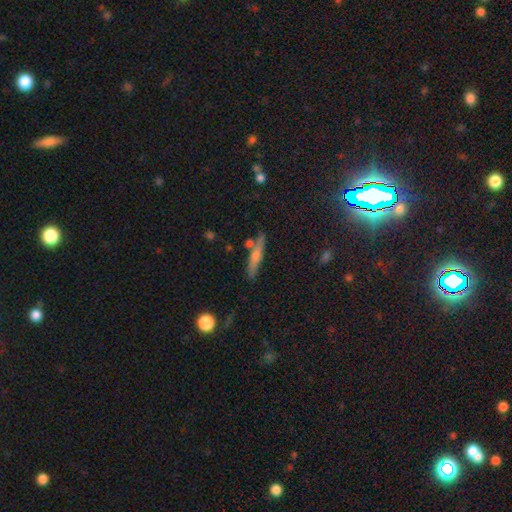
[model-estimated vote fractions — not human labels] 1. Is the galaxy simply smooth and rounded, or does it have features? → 48% smooth, 43% featured or disk, 9% star or artifact.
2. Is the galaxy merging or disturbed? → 79% none, 12% minor disturbance, 7% merger, 3% major disturbance.